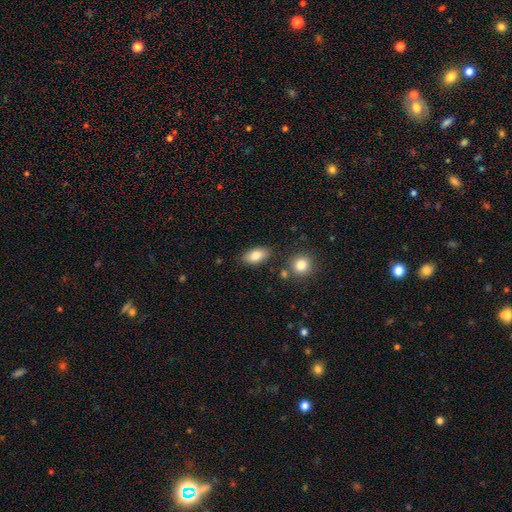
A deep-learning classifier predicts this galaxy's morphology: Smooth or featured? Predicted: smooth (p=0.81). How rounded? Predicted: in between (p=0.90). Merging? Predicted: none (p=0.82).